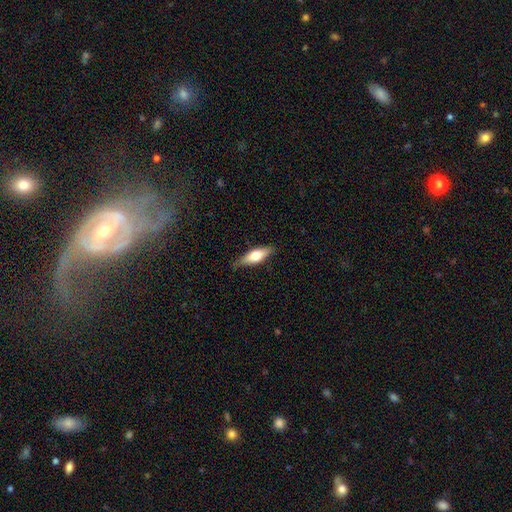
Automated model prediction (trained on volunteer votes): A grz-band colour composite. It shows a smooth galaxy with no disk features (58%) that is in between round and cigar-shaped (59%). Merging: none (82%).